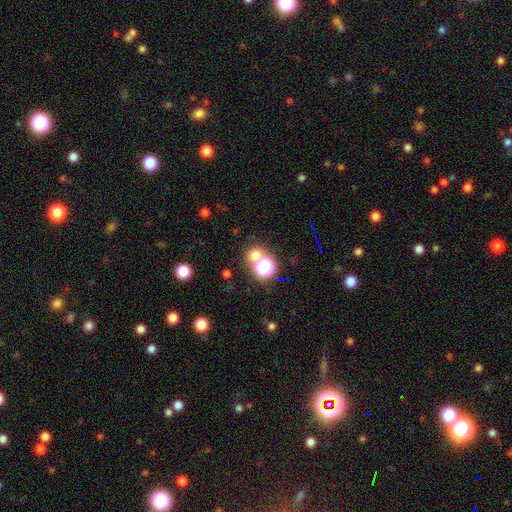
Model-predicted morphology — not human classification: The model was most divided on "smooth or featured": smooth: 62%, star or artifact: 31%, featured or disk: 8%. More confident: how rounded — round (81%); merging — none (62%).